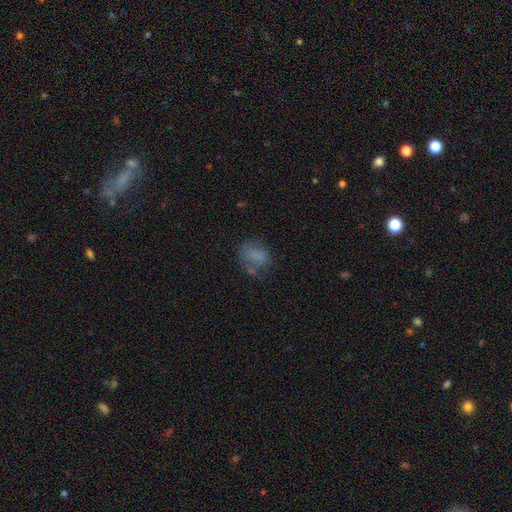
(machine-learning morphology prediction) smooth_or_featured: smooth (p=0.70) [alt: featured or disk p=0.17]
how_rounded: in between (p=0.61) [alt: round p=0.37]
merging: none (p=0.52) [alt: minor disturbance p=0.24]